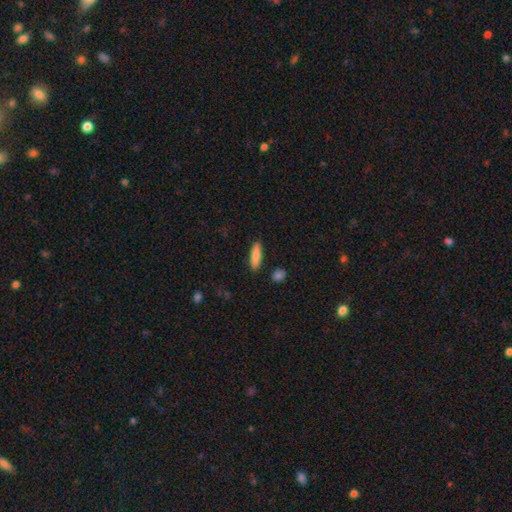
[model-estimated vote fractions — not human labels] Smooth or featured: smooth — 85% (featured or disk — 9%)
How rounded: cigar-shaped — 65% (in between — 33%)
Merging: none — 89% (minor disturbance — 8%)